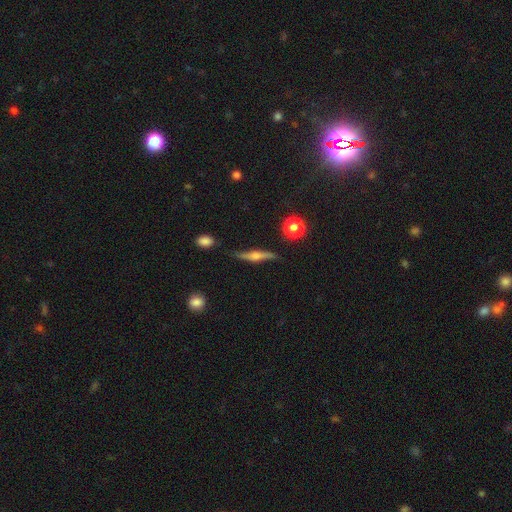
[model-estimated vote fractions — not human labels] featured or disk 71%, smooth 21%, star or artifact 8%. Down the decision tree: edge-on disk — yes (92%); edge-on bulge — rounded (86%); merging — none (77%).